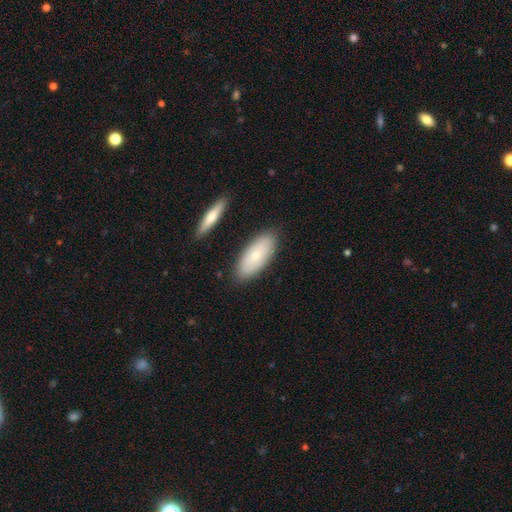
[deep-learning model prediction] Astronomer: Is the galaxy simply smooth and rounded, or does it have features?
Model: smooth — 69%.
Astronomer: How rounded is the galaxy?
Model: in between — 87%.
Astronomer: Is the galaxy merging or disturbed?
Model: none — 84%.